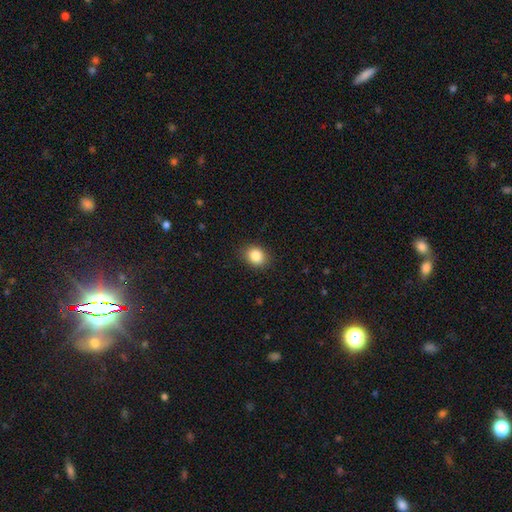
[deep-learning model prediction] Smooth or featured?
  - smooth: 86% *
  - star or artifact: 9%
  - featured or disk: 5%
How rounded?
  - round: 55% *
  - in between: 44%
  - cigar-shaped: 1%
Merging?
  - none: 88% *
  - minor disturbance: 9%
  - major disturbance: 2%
  - merger: 1%